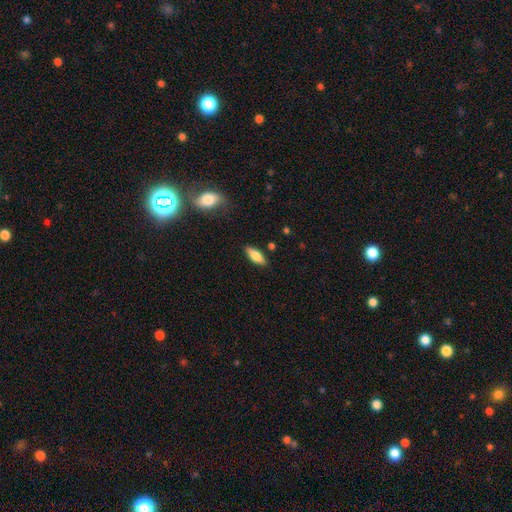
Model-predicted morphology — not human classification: smooth_or_featured: smooth (p=0.70) [alt: featured or disk p=0.23]
how_rounded: in between (p=0.71) [alt: cigar-shaped p=0.27]
merging: none (p=0.85) [alt: minor disturbance p=0.11]